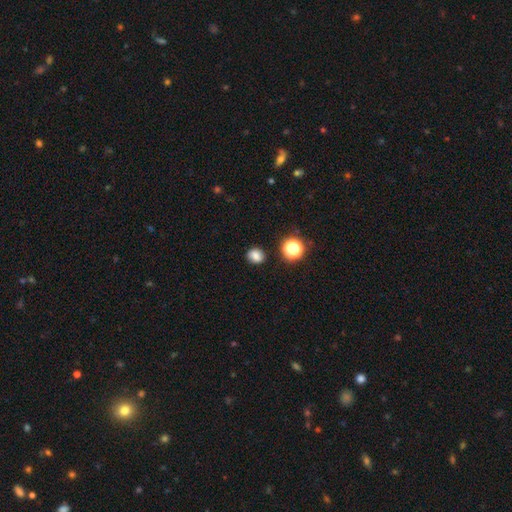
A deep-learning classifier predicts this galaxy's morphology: Q: Smooth or featured?
A: smooth (80%); runner-up: star or artifact (14%)
Q: How rounded?
A: round (73%); runner-up: in between (27%)
Q: Merging?
A: none (86%); runner-up: minor disturbance (9%)